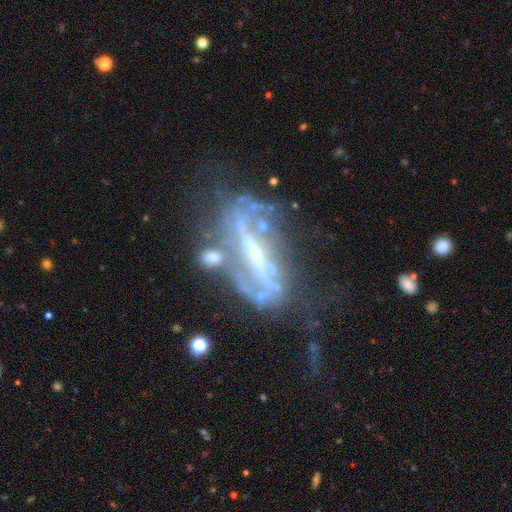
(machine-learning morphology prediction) A featured or disk galaxy (80%) with a strong bar (60%), spiral arms (57%) and a small central bulge (45%).

Vote fractions:
- Smooth or featured? featured or disk: 80% / smooth: 10% / star or artifact: 10%
- Edge-on disk? no: 75% / yes: 25%
- Bar? strong: 60% / weak: 22% / no: 19%
- Spiral arms? yes: 57% / no: 43%
- Bulge size? small: 45% / moderate: 32% / none: 16% / large: 5% / dominant: 2%
- Merging? none: 42% / major disturbance: 27% / minor disturbance: 20% / merger: 11%